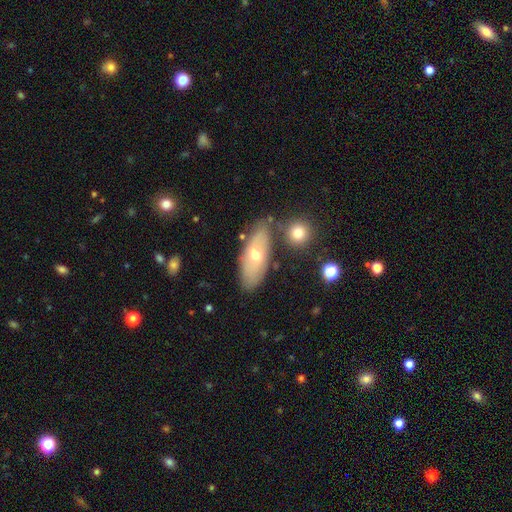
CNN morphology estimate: type=smooth (50%); roundness=in between (78%); merging=none (68%).